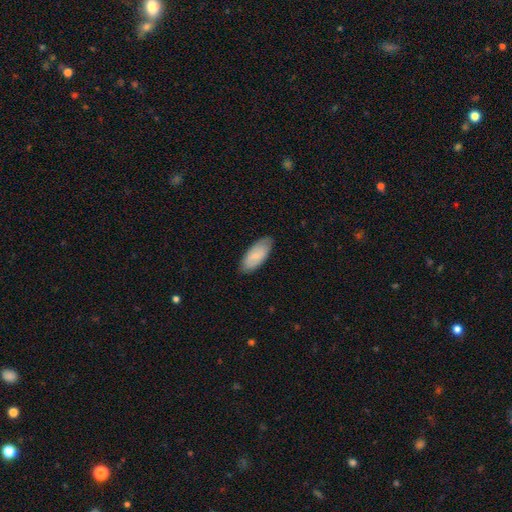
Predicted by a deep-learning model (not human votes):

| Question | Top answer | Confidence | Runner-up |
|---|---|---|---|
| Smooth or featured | smooth | 74% | featured or disk (21%) |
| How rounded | in between | 87% | cigar-shaped (11%) |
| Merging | none | 82% | minor disturbance (14%) |